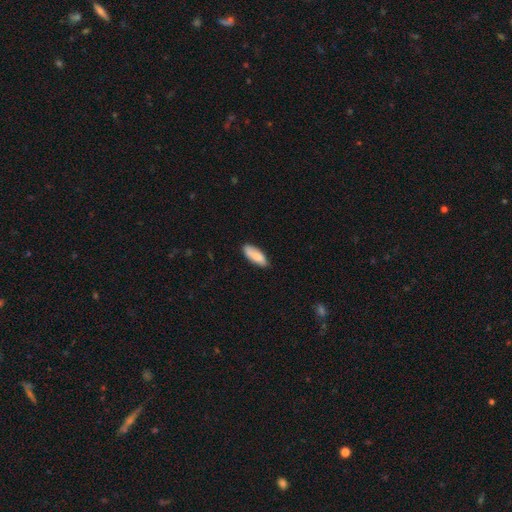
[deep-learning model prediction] Morphology: type=smooth (82%); roundness=in between (68%); merging=none (79%).